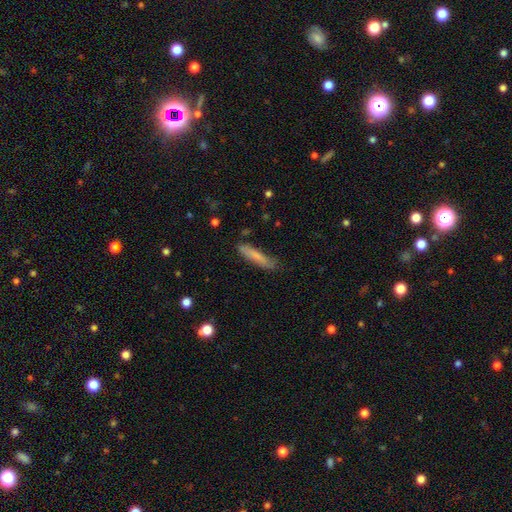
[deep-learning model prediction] Q: Smooth or featured?
A: smooth (76%); runner-up: featured or disk (18%)
Q: How rounded?
A: cigar-shaped (87%); runner-up: in between (11%)
Q: Merging?
A: none (77%); runner-up: minor disturbance (18%)